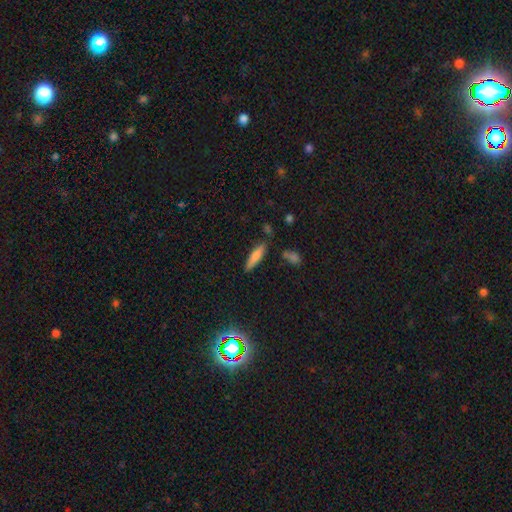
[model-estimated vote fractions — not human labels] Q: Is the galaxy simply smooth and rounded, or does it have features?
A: smooth — 73%.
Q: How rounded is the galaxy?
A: cigar-shaped — 73%.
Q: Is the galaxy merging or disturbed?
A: none — 81%.